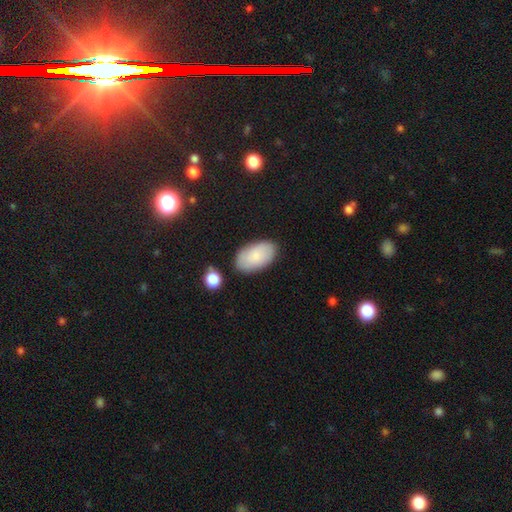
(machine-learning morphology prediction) Q: Smooth or featured?
A: smooth (80%); runner-up: featured or disk (13%)
Q: How rounded?
A: in between (95%); runner-up: round (4%)
Q: Merging?
A: none (81%); runner-up: minor disturbance (13%)